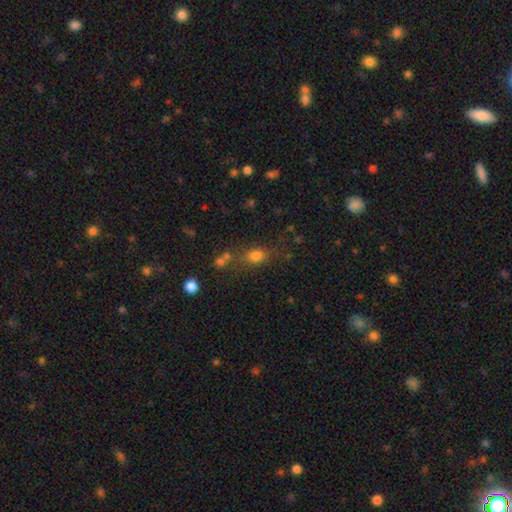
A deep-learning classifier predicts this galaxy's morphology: Smooth or featured? Predicted: smooth (p=0.75). How rounded? Predicted: in between (p=0.56). Merging? Predicted: none (p=0.61).